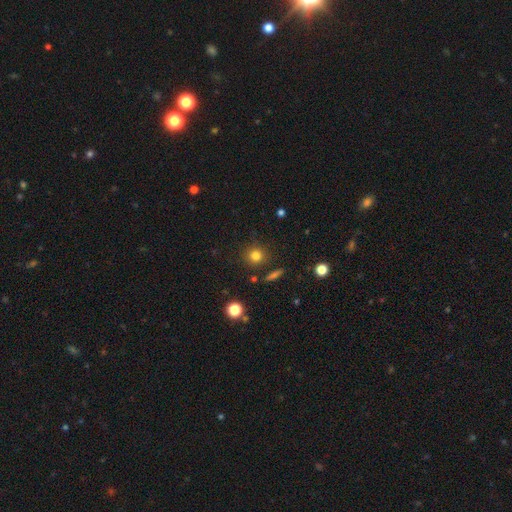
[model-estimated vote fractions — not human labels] Smooth or featured? smooth (80%)
How rounded? round (90%)
Merging? none (87%)